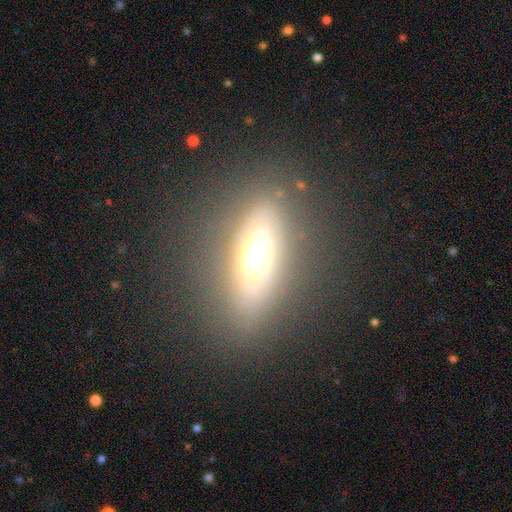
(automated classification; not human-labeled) This appears to be a featured or disk galaxy (50%). Merging: none (80%).